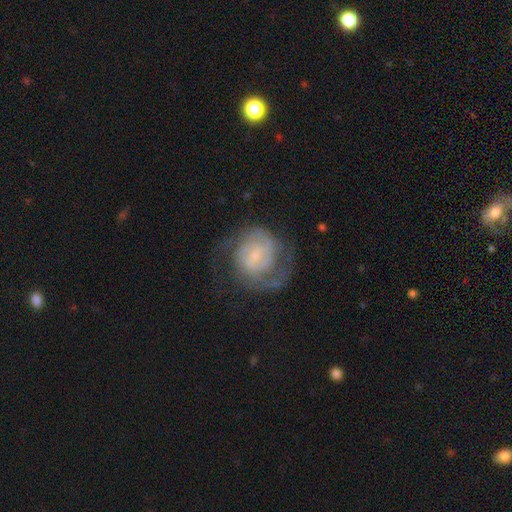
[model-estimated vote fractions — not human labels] The model was most divided on "spiral winding": medium: 44%, tight: 42%, loose: 14%. Remaining: edge-on disk — no (98%); spiral arms — yes (94%); smooth or featured — featured or disk (81%); bulge size — small (70%); spiral arm count — 2 (66%); merging — none (64%); bar — no (47%).